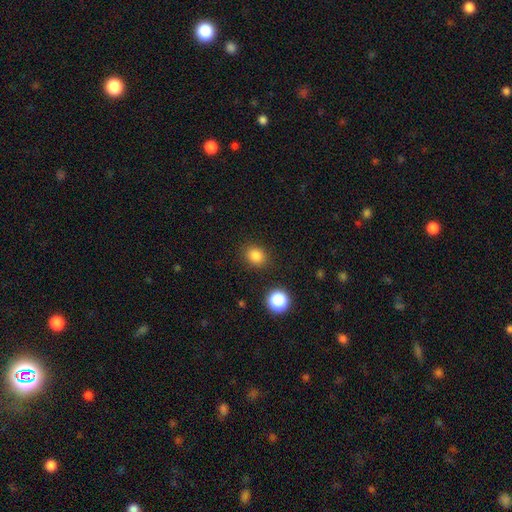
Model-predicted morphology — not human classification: This is clearly a smooth galaxy (83%). How rounded: possibly round (59%). Merging: clearly none (86%).